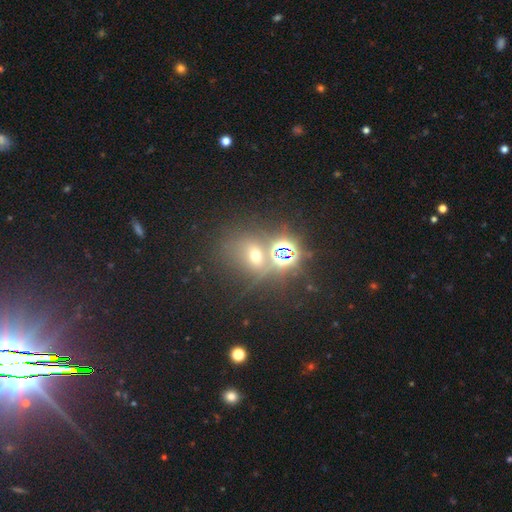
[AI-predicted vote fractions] A star or artifact, not a galaxy (44%).

Vote fractions:
- Smooth or featured? star or artifact: 44% / smooth: 42% / featured or disk: 14%